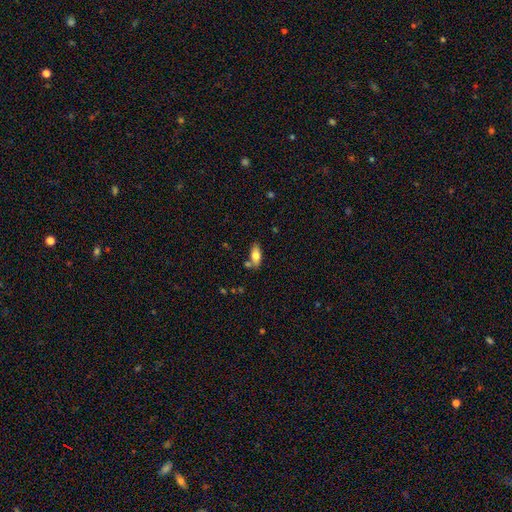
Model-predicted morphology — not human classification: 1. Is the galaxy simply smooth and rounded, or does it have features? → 74% smooth, 19% featured or disk, 7% star or artifact.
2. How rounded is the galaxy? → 83% in between, 14% cigar-shaped, 3% round.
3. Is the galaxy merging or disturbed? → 70% none, 15% minor disturbance, 12% merger, 3% major disturbance.